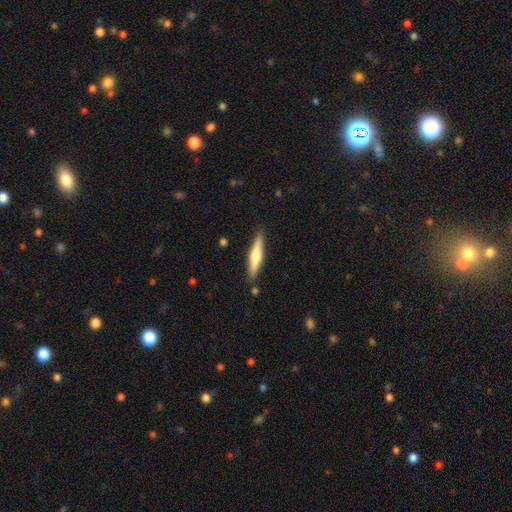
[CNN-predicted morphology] This is possibly a smooth galaxy (48%). Merging: clearly none (87%).